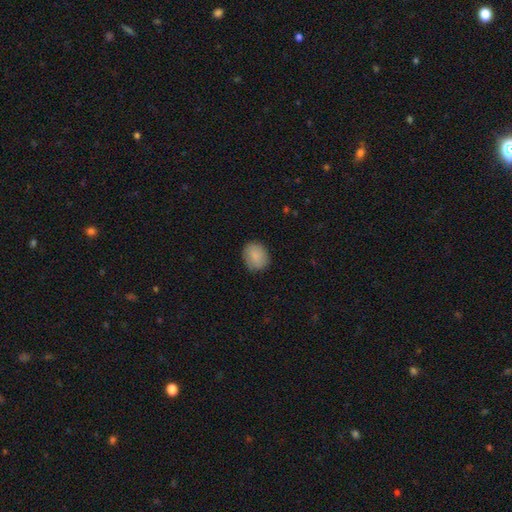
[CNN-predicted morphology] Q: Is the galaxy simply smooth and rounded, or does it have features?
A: smooth — 86%.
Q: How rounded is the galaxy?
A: round — 56%.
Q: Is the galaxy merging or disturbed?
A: none — 84%.